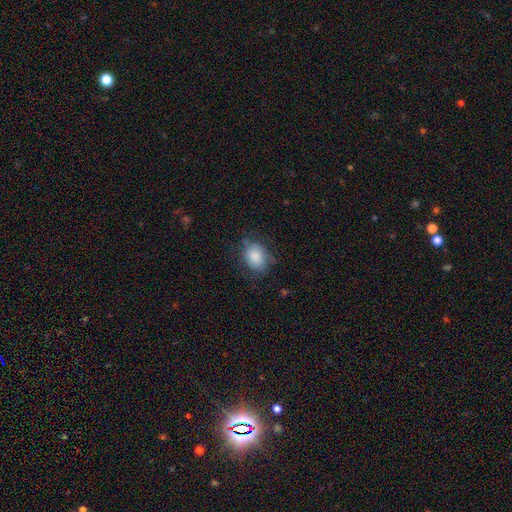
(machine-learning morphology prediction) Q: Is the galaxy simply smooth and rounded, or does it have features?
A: smooth — 82%.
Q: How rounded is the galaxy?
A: in between — 64%.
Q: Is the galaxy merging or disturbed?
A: none — 63%.